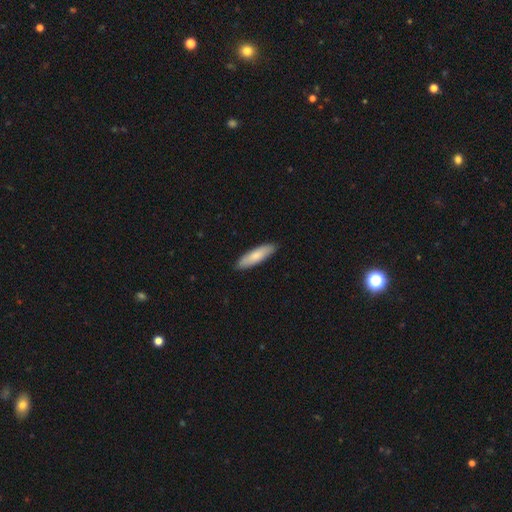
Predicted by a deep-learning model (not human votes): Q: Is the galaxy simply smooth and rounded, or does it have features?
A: smooth — 81%.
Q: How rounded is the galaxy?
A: cigar-shaped — 66%.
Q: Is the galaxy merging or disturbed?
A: none — 89%.